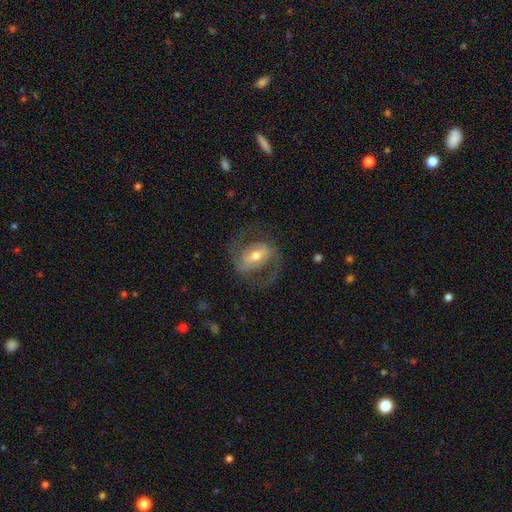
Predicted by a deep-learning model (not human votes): smooth-or-featured: featured or disk: 84% | smooth: 11% | star or artifact: 5%
  disk-edge-on: no: 97% | yes: 3%
    bar: strong: 40% | weak: 39% | no: 21%
    has-spiral-arms: yes: 93% | no: 7%
      spiral-winding: medium: 57% | loose: 25% | tight: 19%
      spiral-arm-count: 2: 91% | can't tell: 4% | 1: 2% | 3: 1% | 4: 1% | more than 4: 1%
    bulge-size: moderate: 64% | small: 27% | large: 6% | none: 1% | dominant: 1%
  merging: none: 72% | major disturbance: 14% | minor disturbance: 13% | merger: 1%